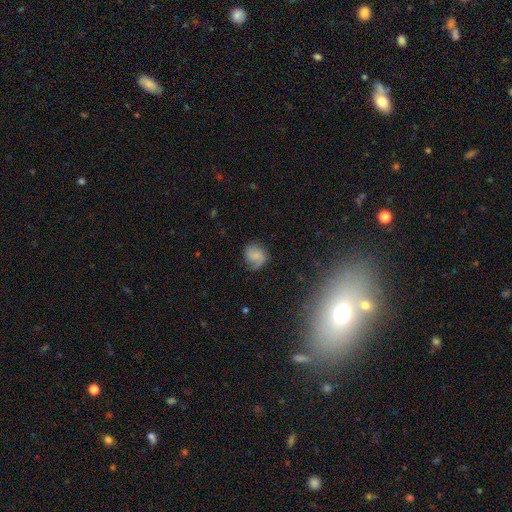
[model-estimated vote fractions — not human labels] Smooth or featured? Predicted: smooth (p=0.51). How rounded? Predicted: round (p=0.70). Merging? Predicted: none (p=0.60).